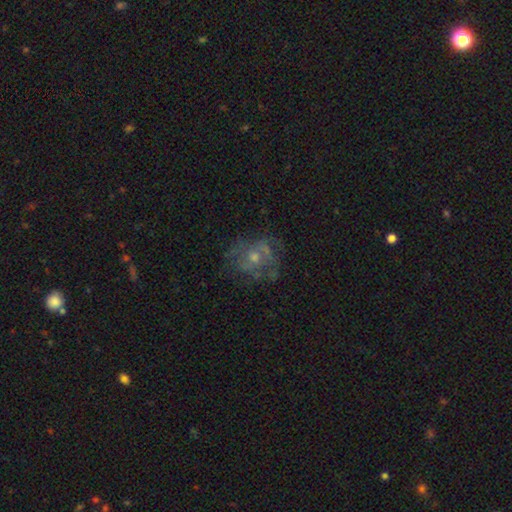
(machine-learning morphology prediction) A featured or disk galaxy (59%) with no bar (83%), no spiral arms (58%) and a moderate central bulge (50%).

Vote fractions:
- Smooth or featured? featured or disk: 59% / smooth: 27% / star or artifact: 14%
- Edge-on disk? no: 97% / yes: 3%
- Bar? no: 83% / weak: 14% / strong: 2%
- Spiral arms? no: 58% / yes: 42%
- Bulge size? moderate: 50% / small: 40% / none: 5% / large: 4% / dominant: 1%
- Merging? none: 59% / minor disturbance: 19% / major disturbance: 19% / merger: 2%